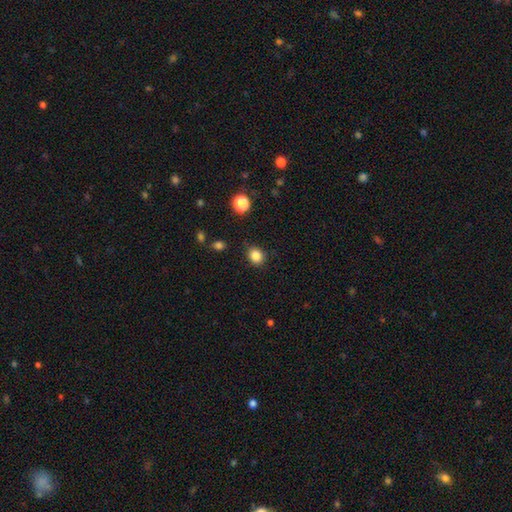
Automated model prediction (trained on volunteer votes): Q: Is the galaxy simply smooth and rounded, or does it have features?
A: smooth — 84%.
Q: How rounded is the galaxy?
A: round — 63%.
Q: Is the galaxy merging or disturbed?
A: none — 85%.